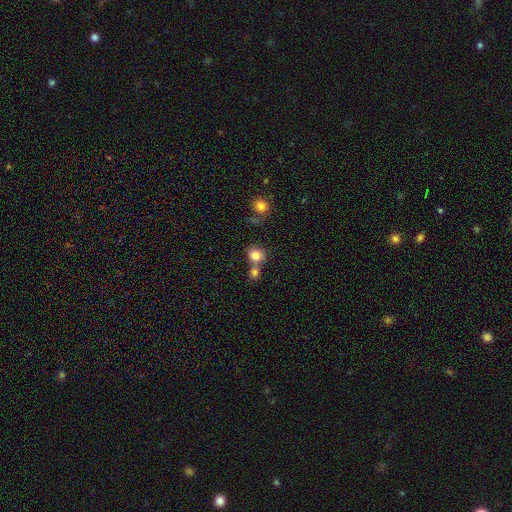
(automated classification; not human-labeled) Q: Smooth or featured?
A: smooth (81%); runner-up: star or artifact (11%)
Q: How rounded?
A: round (78%); runner-up: in between (21%)
Q: Merging?
A: none (45%); runner-up: merger (42%)